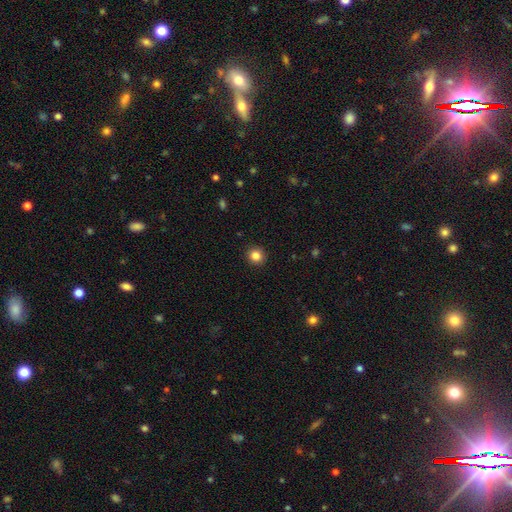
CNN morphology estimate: A smooth galaxy with no disk features (84%) that is round (93%). Merging: none (92%).